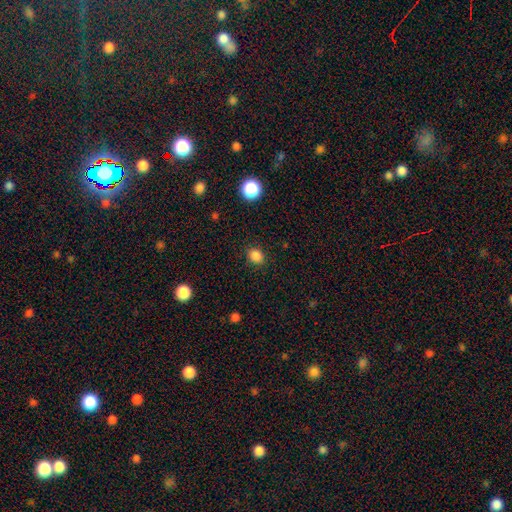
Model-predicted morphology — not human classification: Smooth or featured: smooth — 85% (star or artifact — 11%)
How rounded: round — 61% (in between — 38%)
Merging: none — 88% (minor disturbance — 8%)